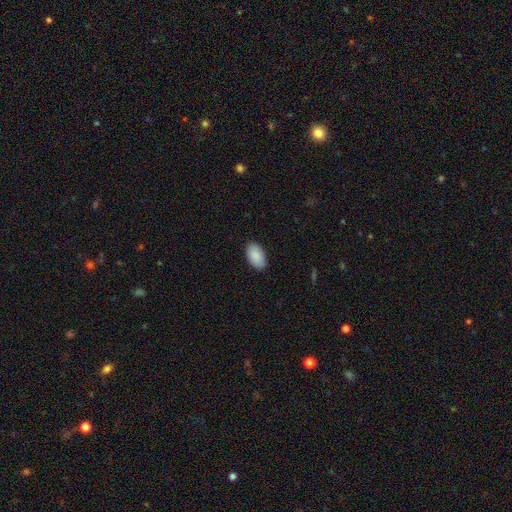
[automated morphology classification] A smooth galaxy with no disk features (90%) that is in between round and cigar-shaped (95%).

Vote fractions:
- Smooth or featured? smooth: 90% / star or artifact: 6% / featured or disk: 4%
- How rounded? in between: 95% / round: 4% / cigar-shaped: 1%
- Merging? none: 89% / minor disturbance: 9% / major disturbance: 2% / merger: 1%